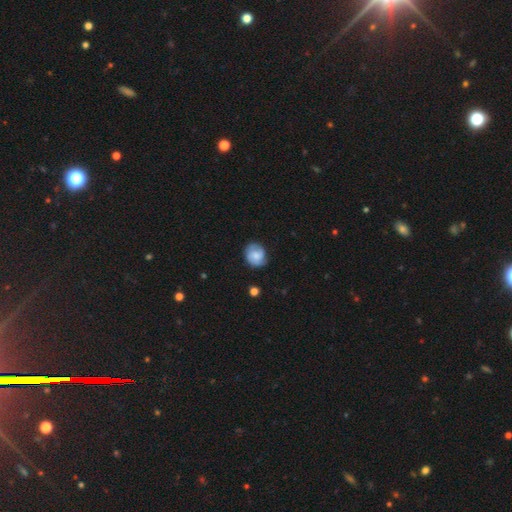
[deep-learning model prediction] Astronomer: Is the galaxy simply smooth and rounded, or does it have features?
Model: smooth — 55% (runner-up: featured or disk, 38%).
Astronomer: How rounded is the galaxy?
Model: round — 75%.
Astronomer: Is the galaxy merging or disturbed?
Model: none — 74%.